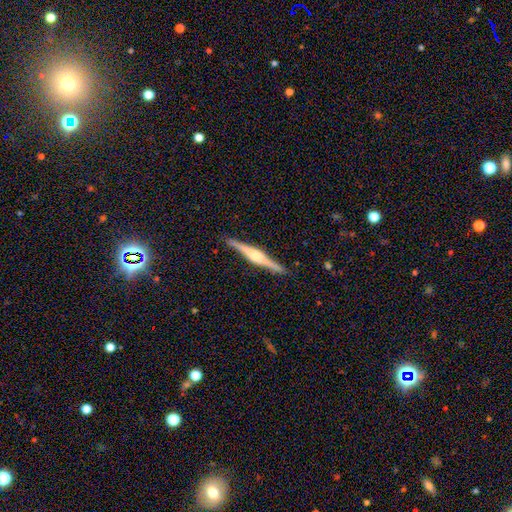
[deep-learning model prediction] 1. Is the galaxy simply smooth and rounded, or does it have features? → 81% featured or disk, 14% smooth, 5% star or artifact.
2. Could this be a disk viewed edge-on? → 98% yes, 2% no.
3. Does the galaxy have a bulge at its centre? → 85% rounded, 12% boxy, 4% none.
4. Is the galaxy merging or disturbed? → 90% none, 7% minor disturbance, 1% major disturbance, 1% merger.